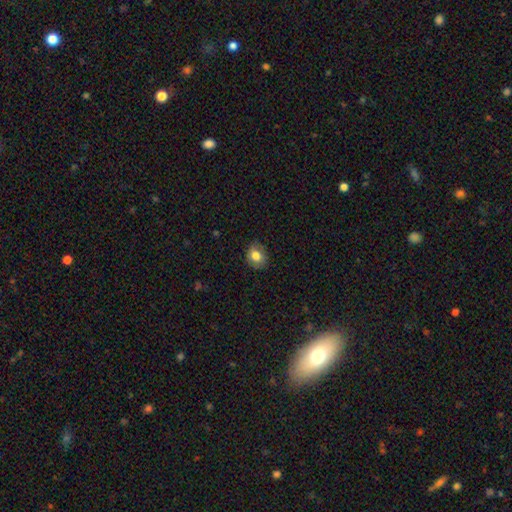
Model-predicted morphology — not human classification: Smooth or featured? Predicted: smooth (p=0.78). How rounded? Predicted: round (p=0.59). Merging? Predicted: none (p=0.83).